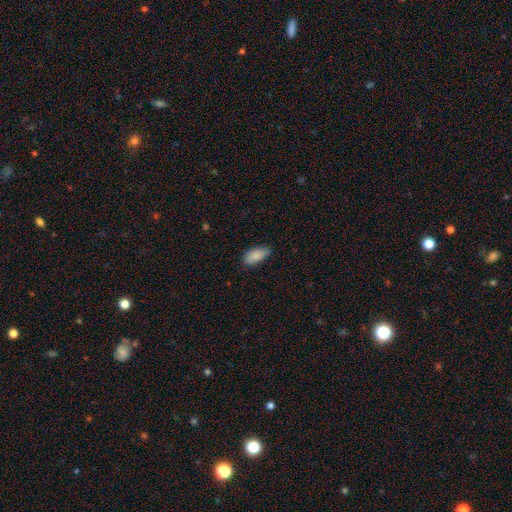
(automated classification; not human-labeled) Smooth or featured? Predicted: smooth (p=0.87). How rounded? Predicted: in between (p=0.87). Merging? Predicted: none (p=0.77).